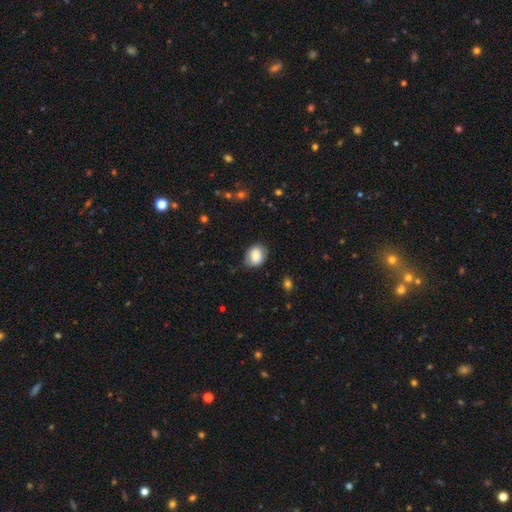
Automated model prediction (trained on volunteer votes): Smooth or featured? smooth (82%)
How rounded? in between (58%)
Merging? none (74%)